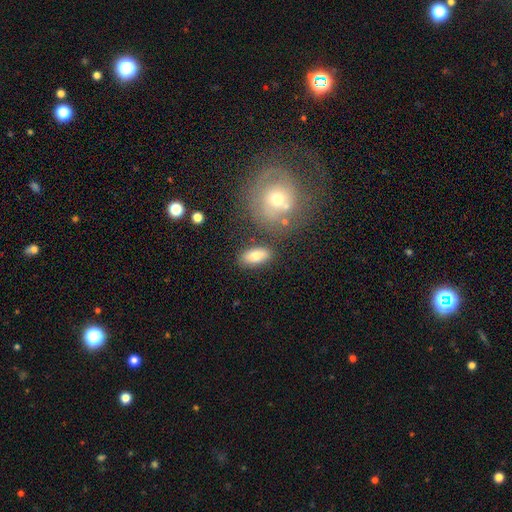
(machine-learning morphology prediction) This is likely a smooth galaxy (78%). How rounded: clearly in between (87%). Merging: likely none (80%).